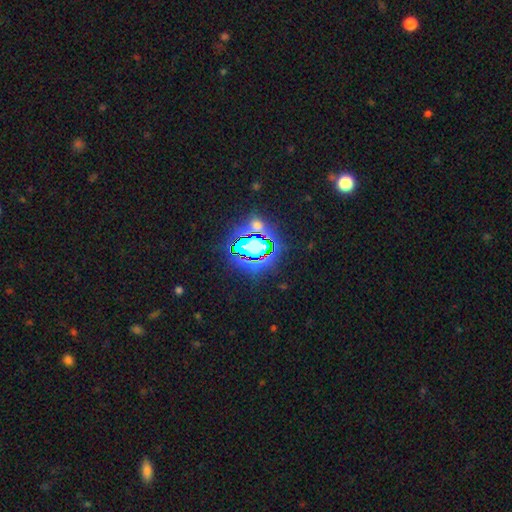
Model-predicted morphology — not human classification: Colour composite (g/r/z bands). It shows a star or artifact, not a galaxy (81%).